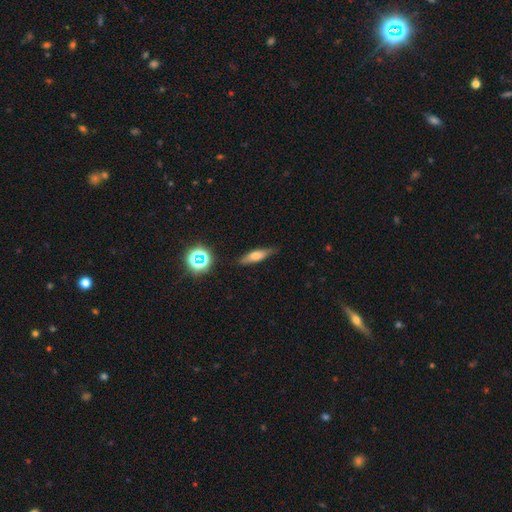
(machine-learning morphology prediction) Smooth or featured: smooth — 55% (featured or disk — 34%)
How rounded: cigar-shaped — 57% (in between — 38%)
Merging: none — 82% (minor disturbance — 14%)